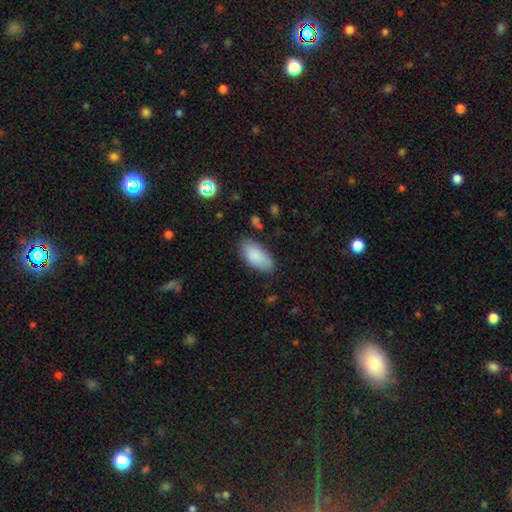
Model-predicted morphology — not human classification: This is clearly a smooth galaxy (87%). How rounded: clearly in between (93%). Merging: likely none (78%).